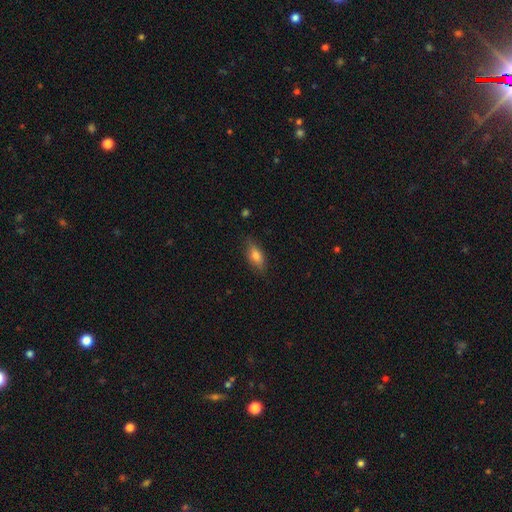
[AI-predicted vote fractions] This appears to be a smooth galaxy with no disk features (70%) that is in between round and cigar-shaped (76%). Merging: none (78%).